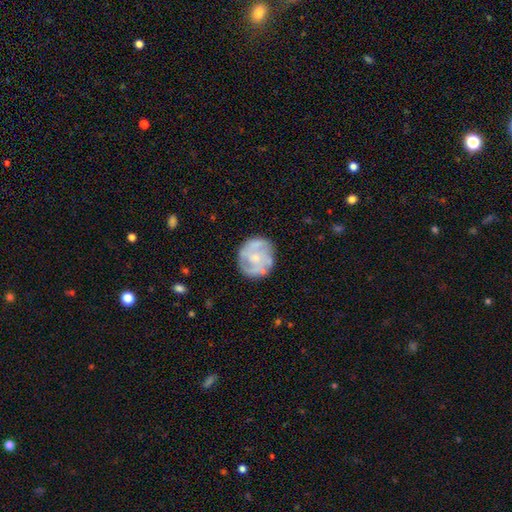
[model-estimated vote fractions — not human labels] This appears to be a featured or disk galaxy (64%) with no bar (69%), spiral arms (67%) and a small central bulge (55%). Merging: none (74%).